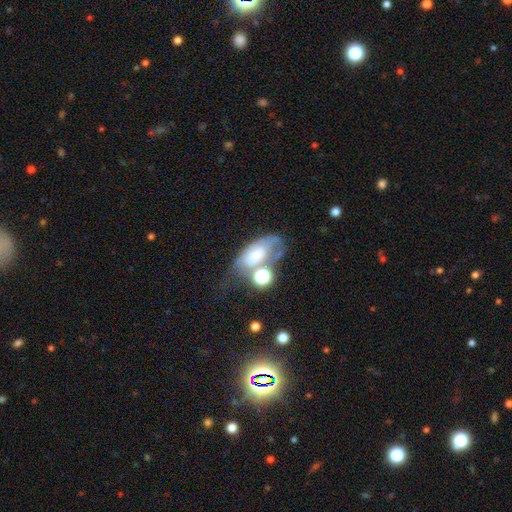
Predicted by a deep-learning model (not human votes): smooth-or-featured: smooth: 47% | featured or disk: 40% | star or artifact: 14%
  merging: major disturbance: 30% | merger: 27% | none: 24% | minor disturbance: 19%